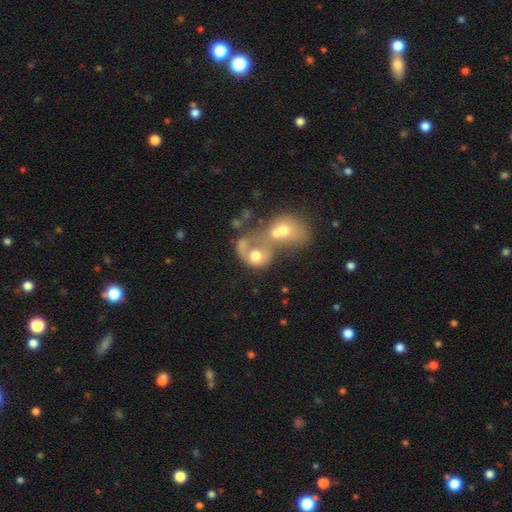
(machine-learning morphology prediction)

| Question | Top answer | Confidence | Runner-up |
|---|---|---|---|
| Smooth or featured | smooth | 50% | featured or disk (39%) |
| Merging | merger | 75% | major disturbance (12%) |